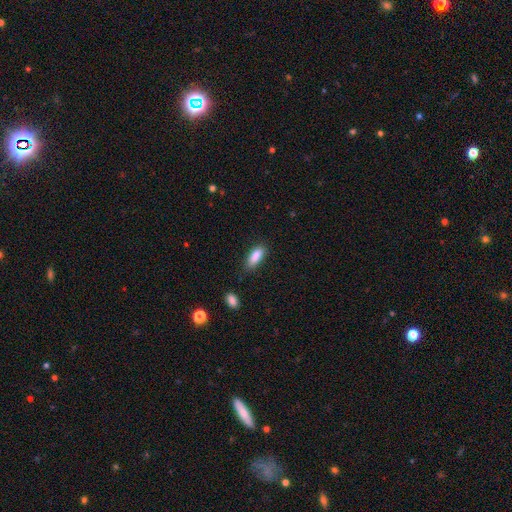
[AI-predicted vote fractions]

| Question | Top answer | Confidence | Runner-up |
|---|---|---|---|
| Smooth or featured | smooth | 87% | star or artifact (7%) |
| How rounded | in between | 72% | cigar-shaped (26%) |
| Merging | none | 78% | minor disturbance (16%) |